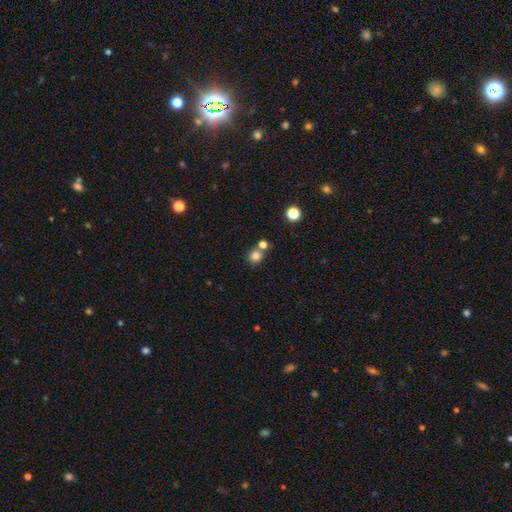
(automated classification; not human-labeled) smooth-or-featured: smooth: 81% | star or artifact: 13% | featured or disk: 6%
  how-rounded: round: 86% | in between: 13% | cigar-shaped: 1%
  merging: none: 61% | merger: 28% | minor disturbance: 8% | major disturbance: 3%